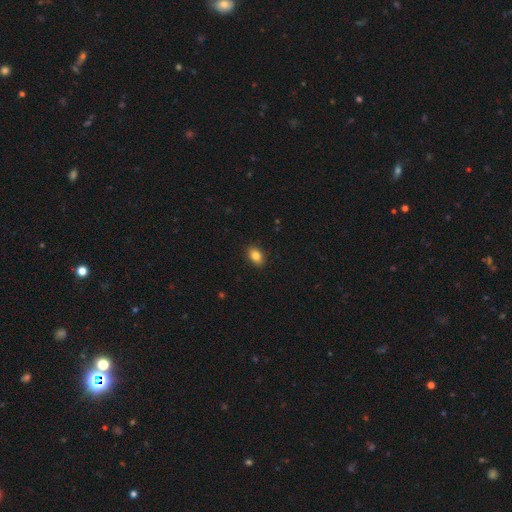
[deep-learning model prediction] Smooth or featured?
  - smooth: 83% *
  - star or artifact: 9%
  - featured or disk: 8%
How rounded?
  - in between: 85% *
  - round: 13%
  - cigar-shaped: 2%
Merging?
  - none: 89% *
  - minor disturbance: 8%
  - major disturbance: 2%
  - merger: 1%